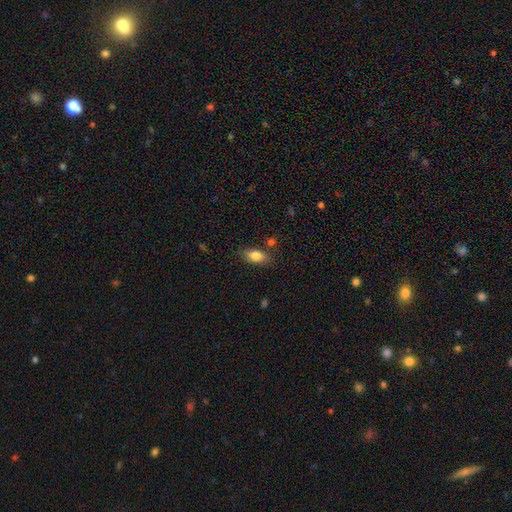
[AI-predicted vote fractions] A smooth galaxy with no disk features (83%) that is in between round and cigar-shaped (88%). Merging: none (79%).